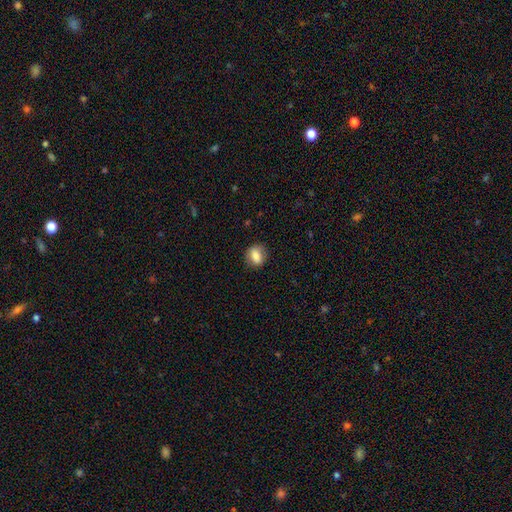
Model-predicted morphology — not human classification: Smooth or featured?
  - smooth: 80% *
  - featured or disk: 12%
  - star or artifact: 8%
How rounded?
  - in between: 52% *
  - round: 46%
  - cigar-shaped: 2%
Merging?
  - none: 83% *
  - minor disturbance: 13%
  - major disturbance: 4%
  - merger: 1%